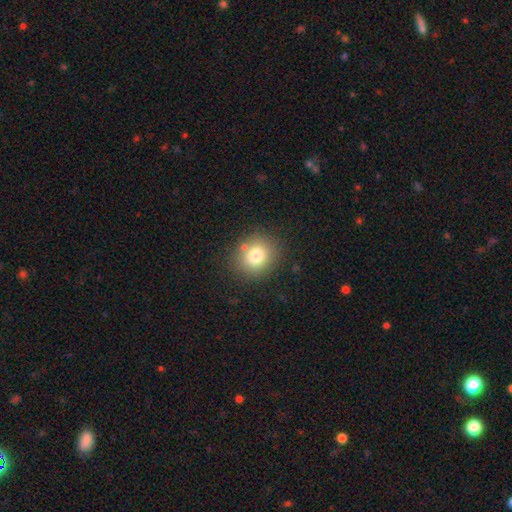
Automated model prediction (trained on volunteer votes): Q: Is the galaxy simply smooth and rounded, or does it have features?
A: smooth — 78%.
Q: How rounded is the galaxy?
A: round — 81%.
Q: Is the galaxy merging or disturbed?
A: none — 81%.